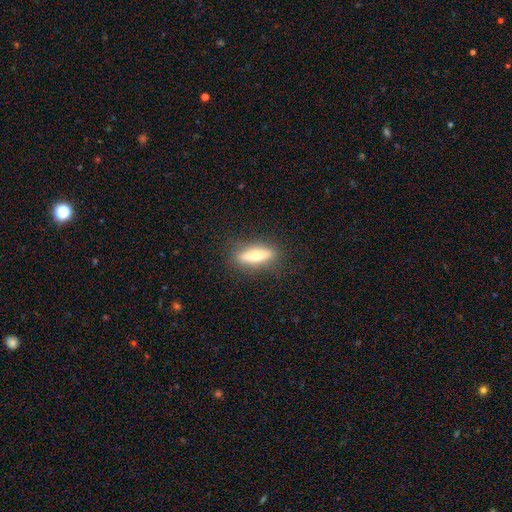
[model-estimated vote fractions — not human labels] Overall: smooth (52%; featured or disk 41%). How rounded: cigar-shaped (52%; in between 45%). Merging: none (86%).